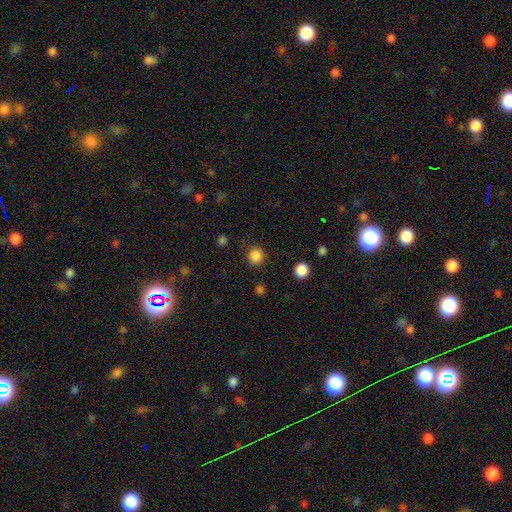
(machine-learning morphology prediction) The model was most divided on "smooth or featured": smooth: 85%, star or artifact: 12%, featured or disk: 3%. More confident: how rounded — round (91%); merging — none (87%).